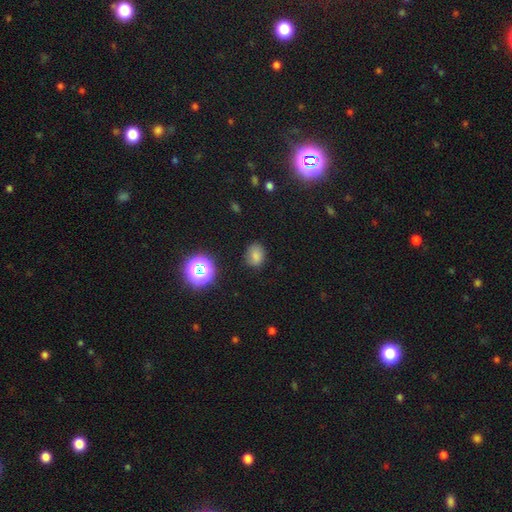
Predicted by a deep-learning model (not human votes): A smooth galaxy with no disk features (77%) that is in between round and cigar-shaped (51%). Merging: none (77%).